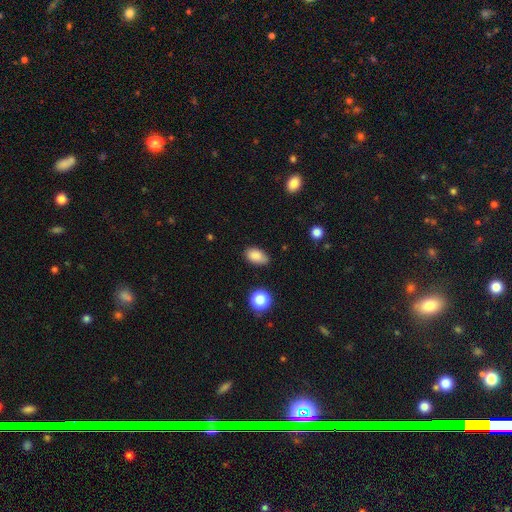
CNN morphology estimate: This appears to be a smooth galaxy with no disk features (86%) that is in between round and cigar-shaped (90%). Merging: none (74%).